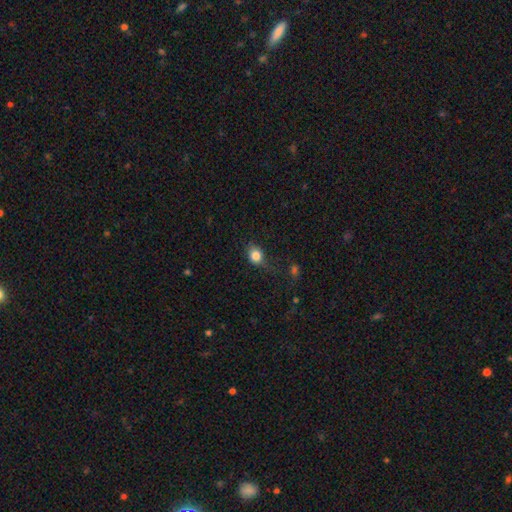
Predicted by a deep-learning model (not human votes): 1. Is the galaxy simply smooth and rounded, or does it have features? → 81% smooth, 10% star or artifact, 8% featured or disk.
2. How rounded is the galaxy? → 59% round, 40% in between, 1% cigar-shaped.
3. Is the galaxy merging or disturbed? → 54% none, 29% minor disturbance, 14% major disturbance, 3% merger.